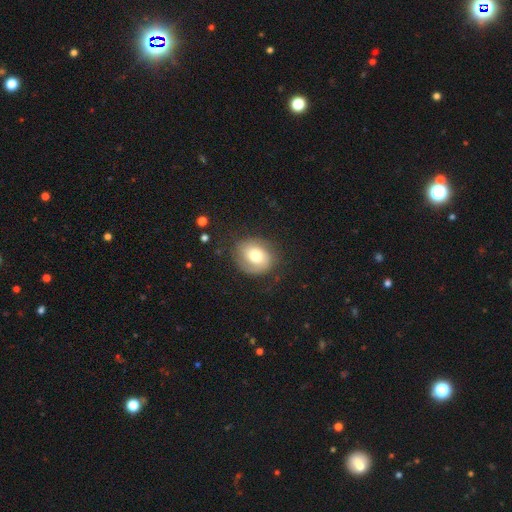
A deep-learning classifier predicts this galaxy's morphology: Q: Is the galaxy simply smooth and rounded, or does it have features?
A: smooth — 54%.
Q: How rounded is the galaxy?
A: round — 64%.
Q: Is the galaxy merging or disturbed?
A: none — 72%.